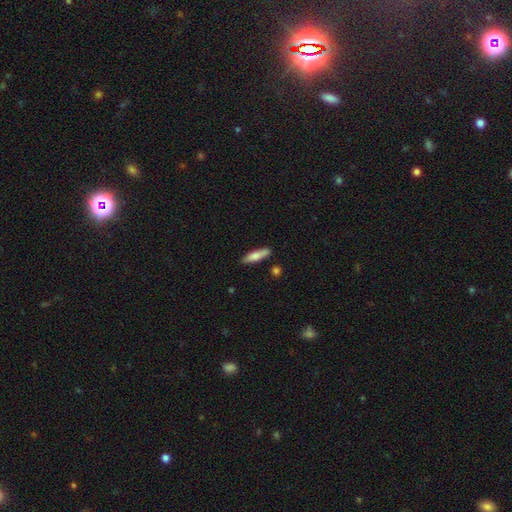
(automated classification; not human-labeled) This is likely a smooth galaxy (74%). How rounded: likely cigar-shaped (69%). Merging: likely none (79%).